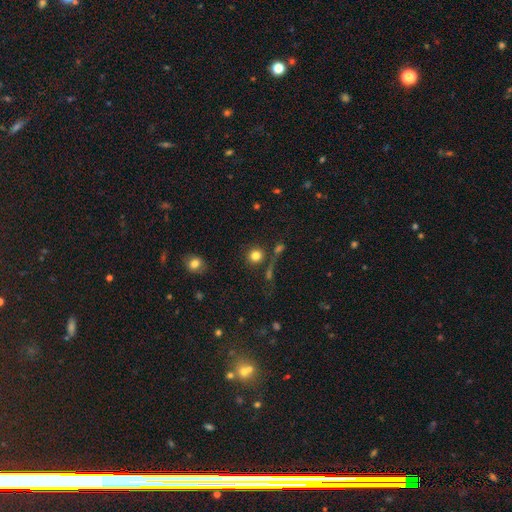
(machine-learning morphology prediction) Smooth or featured?
  - smooth: 80% *
  - star or artifact: 13%
  - featured or disk: 7%
How rounded?
  - round: 90% *
  - in between: 9%
  - cigar-shaped: 1%
Merging?
  - none: 76% *
  - merger: 11%
  - minor disturbance: 8%
  - major disturbance: 4%